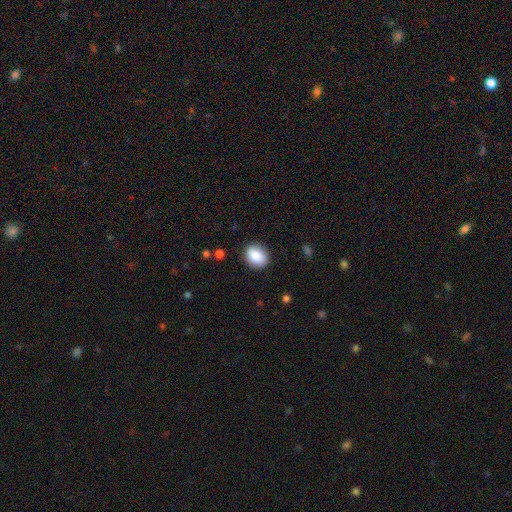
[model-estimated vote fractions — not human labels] A smooth galaxy with no disk features (88%) that is in between round and cigar-shaped (57%).

Vote fractions:
- Smooth or featured? smooth: 88% / star or artifact: 7% / featured or disk: 5%
- How rounded? in between: 57% / round: 42% / cigar-shaped: 1%
- Merging? none: 86% / minor disturbance: 10% / major disturbance: 3% / merger: 1%